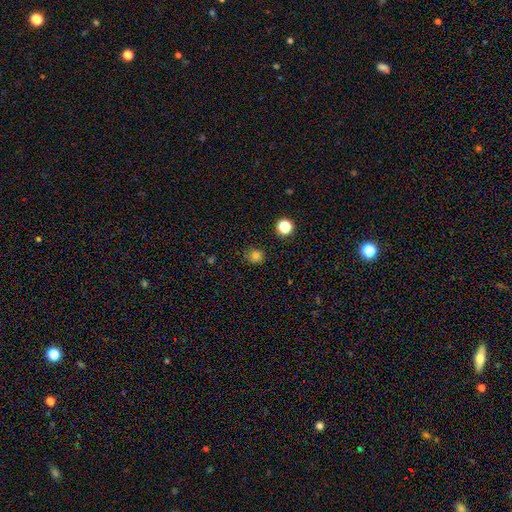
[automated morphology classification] The model was most divided on "smooth or featured": smooth: 78%, star or artifact: 16%, featured or disk: 6%. More confident: how rounded — round (87%); merging — none (83%).